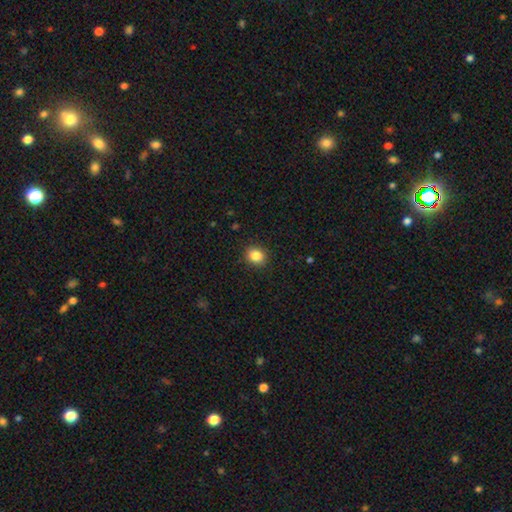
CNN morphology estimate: Q: Smooth or featured?
A: smooth (86%); runner-up: star or artifact (10%)
Q: How rounded?
A: round (70%); runner-up: in between (30%)
Q: Merging?
A: none (90%); runner-up: minor disturbance (7%)